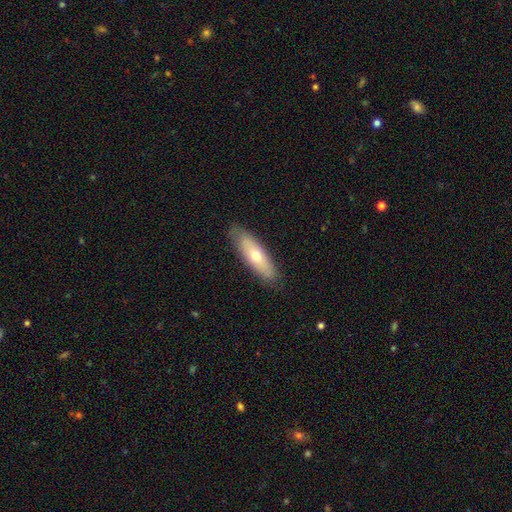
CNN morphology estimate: Q: Smooth or featured?
A: smooth (57%); runner-up: featured or disk (37%)
Q: How rounded?
A: in between (49%); runner-up: cigar-shaped (48%)
Q: Merging?
A: none (85%); runner-up: minor disturbance (12%)